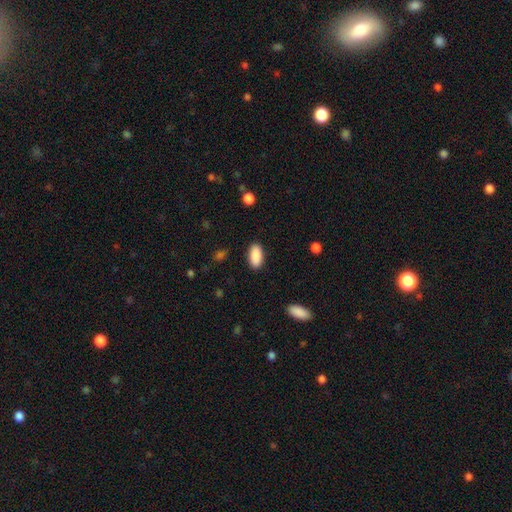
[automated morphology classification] Smooth or featured?
  - smooth: 90% *
  - star or artifact: 6%
  - featured or disk: 4%
How rounded?
  - in between: 92% *
  - cigar-shaped: 6%
  - round: 2%
Merging?
  - none: 89% *
  - minor disturbance: 8%
  - major disturbance: 2%
  - merger: 1%